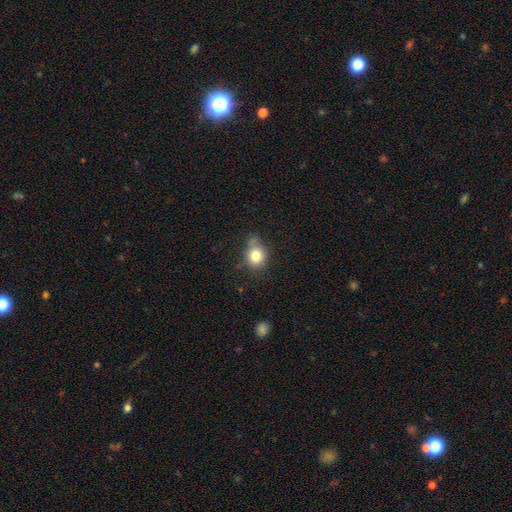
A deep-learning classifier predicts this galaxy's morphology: This appears to be a smooth galaxy with no disk features (79%) that is round (67%). Merging: none (59%).